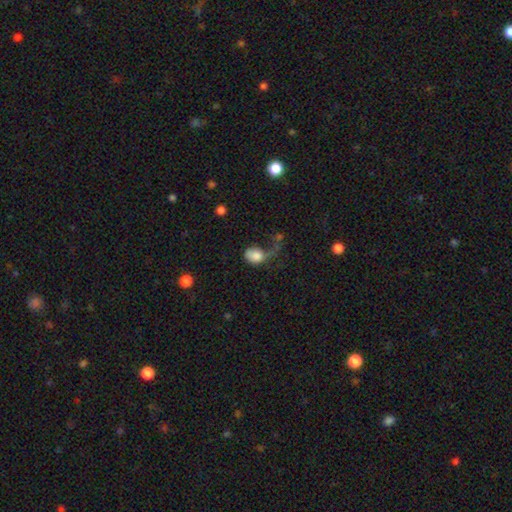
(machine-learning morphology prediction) This is likely a smooth galaxy (70%). How rounded: likely in between (62%). Merging: possibly major disturbance (58%).